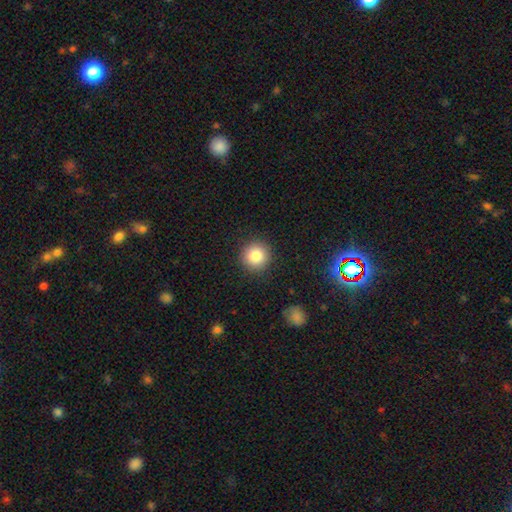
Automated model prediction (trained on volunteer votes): smooth-or-featured: smooth: 84% | star or artifact: 10% | featured or disk: 6%
  how-rounded: round: 94% | in between: 5% | cigar-shaped: 1%
  merging: none: 91% | minor disturbance: 6% | major disturbance: 2% | merger: 1%